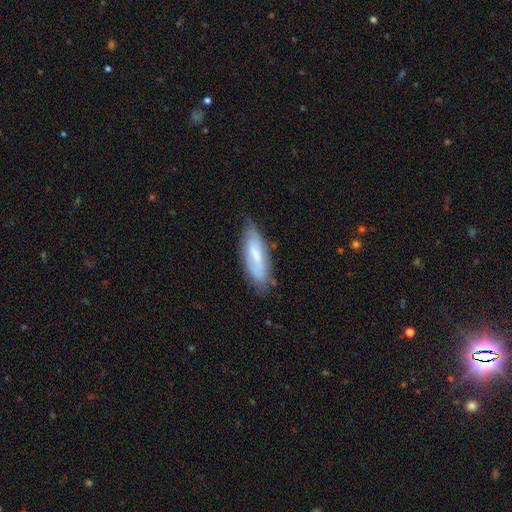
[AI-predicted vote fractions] Smooth or featured?
  - smooth: 52% *
  - featured or disk: 41%
  - star or artifact: 7%
How rounded?
  - in between: 59% *
  - cigar-shaped: 39%
  - round: 2%
Merging?
  - none: 64% *
  - minor disturbance: 27%
  - major disturbance: 6%
  - merger: 2%